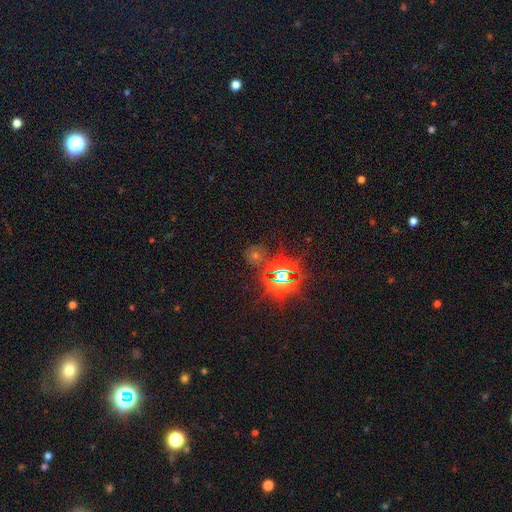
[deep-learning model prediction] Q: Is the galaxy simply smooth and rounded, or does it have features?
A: star or artifact — 69%.